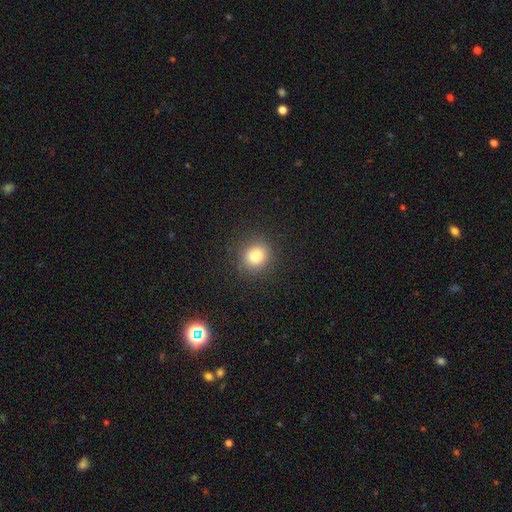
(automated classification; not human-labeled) Smooth or featured? smooth (80%)
How rounded? round (87%)
Merging? none (89%)